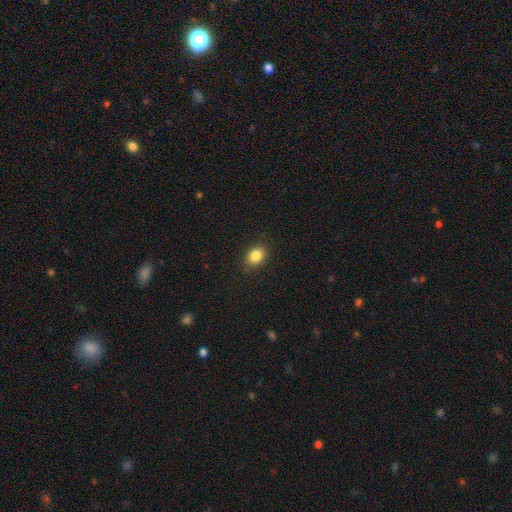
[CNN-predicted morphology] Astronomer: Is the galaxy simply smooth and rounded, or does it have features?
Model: smooth — 85%.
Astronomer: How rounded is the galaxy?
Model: in between — 57% (runner-up: round, 42%).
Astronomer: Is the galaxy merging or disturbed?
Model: none — 87%.